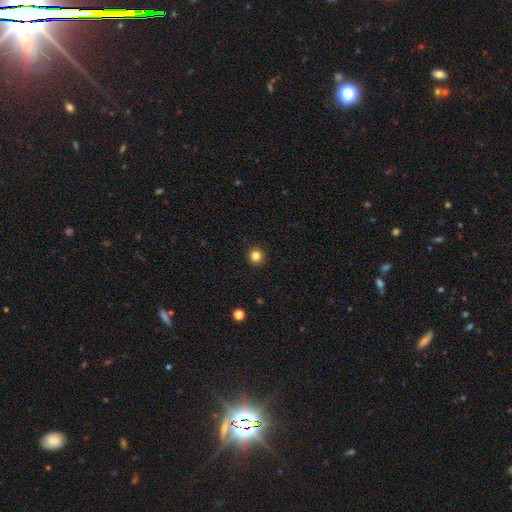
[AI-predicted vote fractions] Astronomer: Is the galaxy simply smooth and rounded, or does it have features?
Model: smooth — 83%.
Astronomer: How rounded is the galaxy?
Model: round — 93%.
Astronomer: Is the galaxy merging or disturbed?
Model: none — 93%.